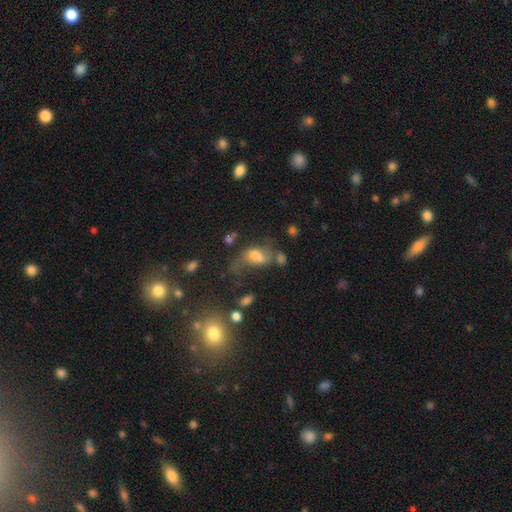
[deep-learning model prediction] A smooth galaxy with no disk features (51%) that is in between round and cigar-shaped (78%). Merging: major disturbance (28%).